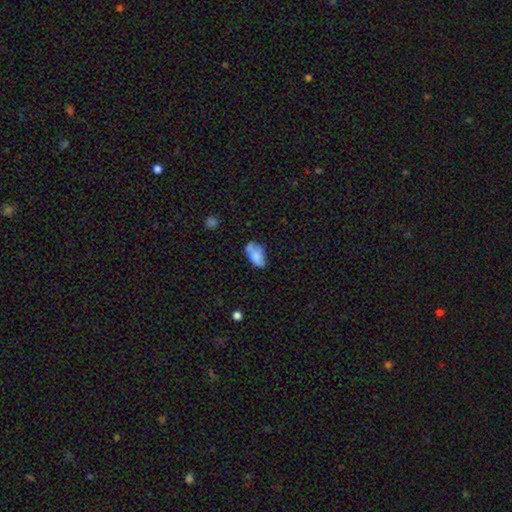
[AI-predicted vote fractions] smooth-or-featured: smooth: 68% | featured or disk: 23% | star or artifact: 9%
  how-rounded: in between: 90% | round: 6% | cigar-shaped: 4%
  merging: none: 40% | minor disturbance: 28% | merger: 19% | major disturbance: 13%